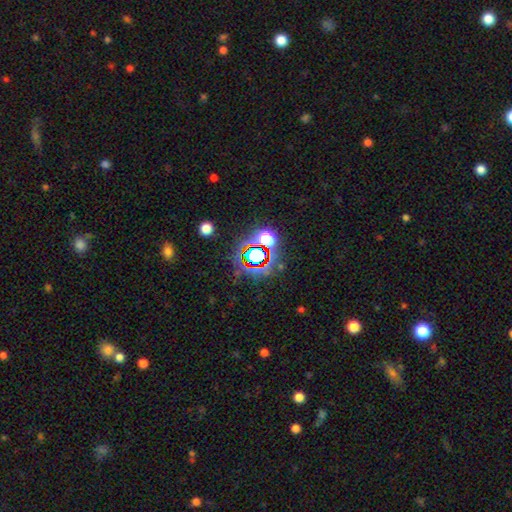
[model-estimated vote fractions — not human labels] star or artifact 71%, smooth 18%, featured or disk 11%.